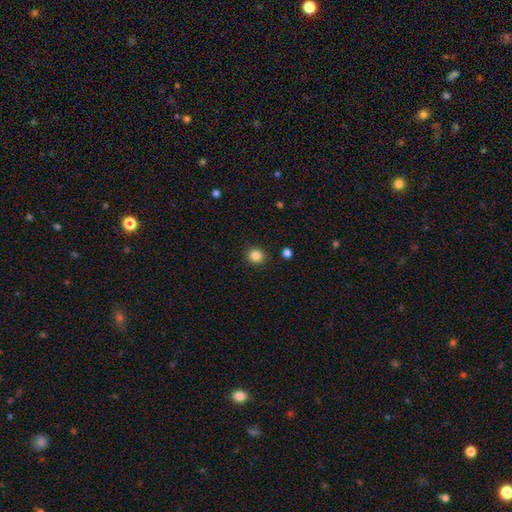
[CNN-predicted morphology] Smooth or featured? smooth (85%)
How rounded? round (89%)
Merging? none (90%)